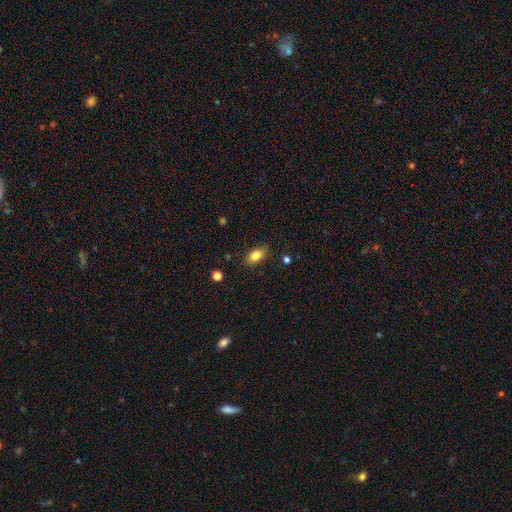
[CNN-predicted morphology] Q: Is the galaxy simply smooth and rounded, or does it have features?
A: smooth — 83%.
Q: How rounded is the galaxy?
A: in between — 86%.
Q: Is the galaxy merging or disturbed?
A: none — 83%.